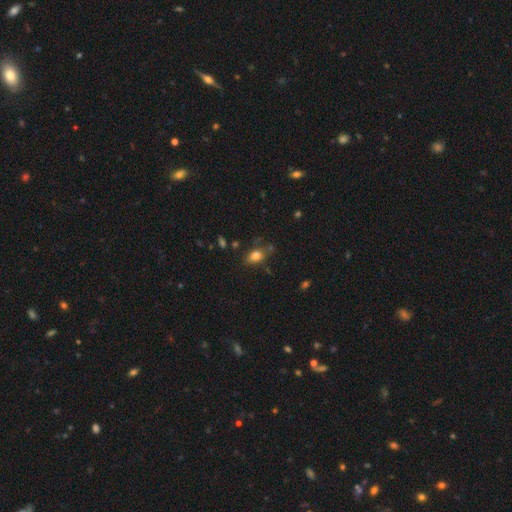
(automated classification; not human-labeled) Smooth or featured? smooth (79%)
How rounded? in between (75%)
Merging? none (66%)